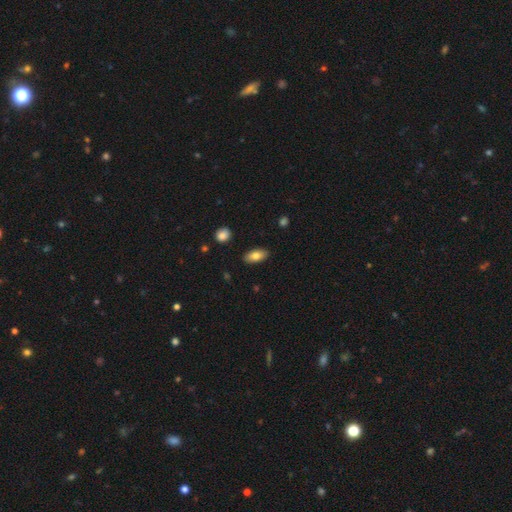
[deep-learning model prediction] This is likely a smooth galaxy (79%). How rounded: clearly in between (90%). Merging: clearly none (88%).